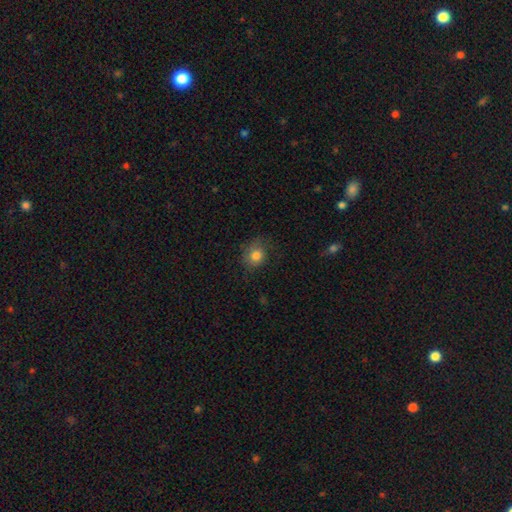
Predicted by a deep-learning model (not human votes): Smooth or featured? smooth (81%)
How rounded? round (70%)
Merging? none (66%)